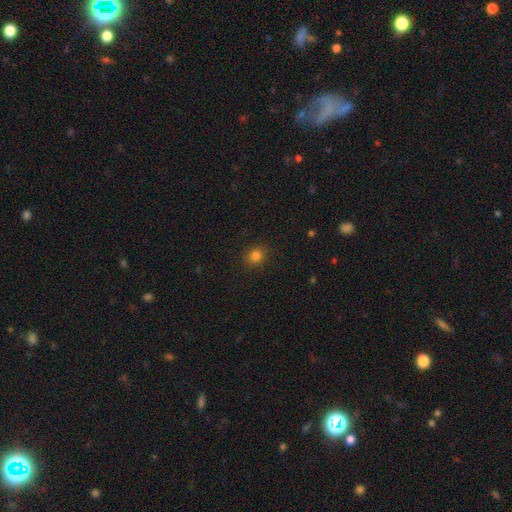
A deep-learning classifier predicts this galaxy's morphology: smooth-or-featured: smooth: 81% | star or artifact: 14% | featured or disk: 5%
  how-rounded: round: 77% | in between: 22% | cigar-shaped: 1%
  merging: none: 89% | minor disturbance: 8% | major disturbance: 2% | merger: 1%